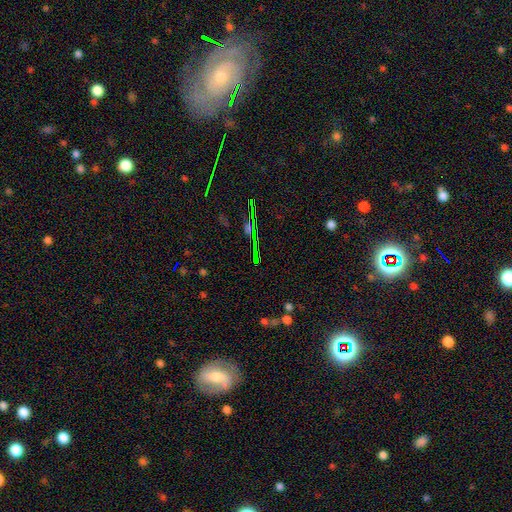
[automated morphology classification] Overall: star or artifact (66%).